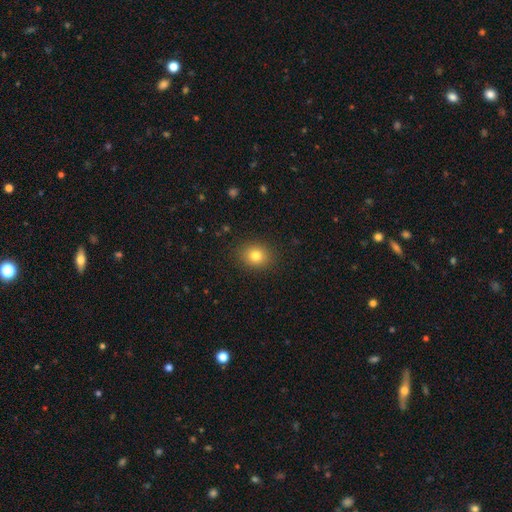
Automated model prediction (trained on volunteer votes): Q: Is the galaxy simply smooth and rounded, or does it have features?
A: smooth — 80%.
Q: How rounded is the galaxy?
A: round — 69%.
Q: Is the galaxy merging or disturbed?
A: none — 89%.